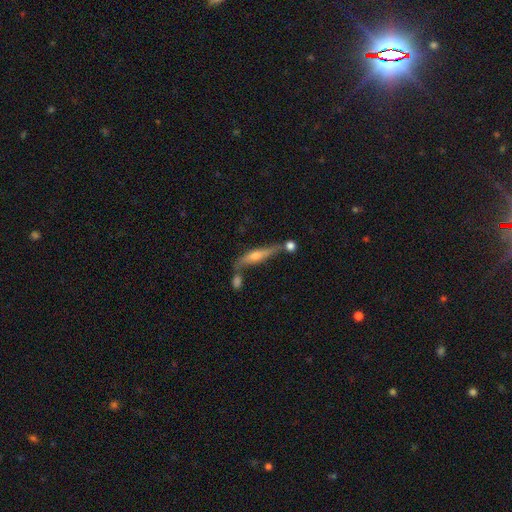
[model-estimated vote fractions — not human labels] Smooth or featured? featured or disk (63%)
Edge-on disk? yes (90%)
Edge-on bulge? rounded (84%)
Merging? none (55%)